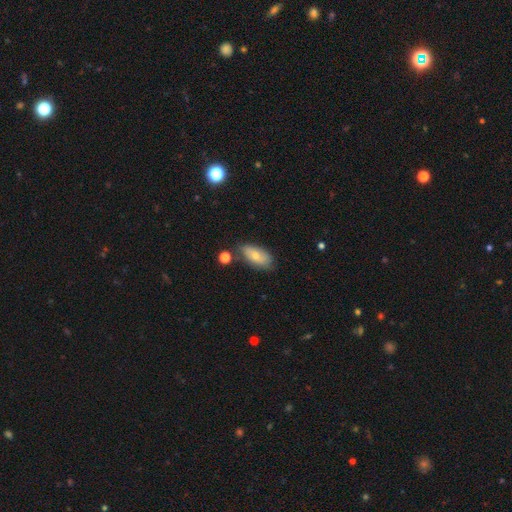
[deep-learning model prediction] The model was most divided on "smooth or featured": smooth: 68%, featured or disk: 25%, star or artifact: 7%. More confident: how rounded — in between (89%); merging — none (67%).